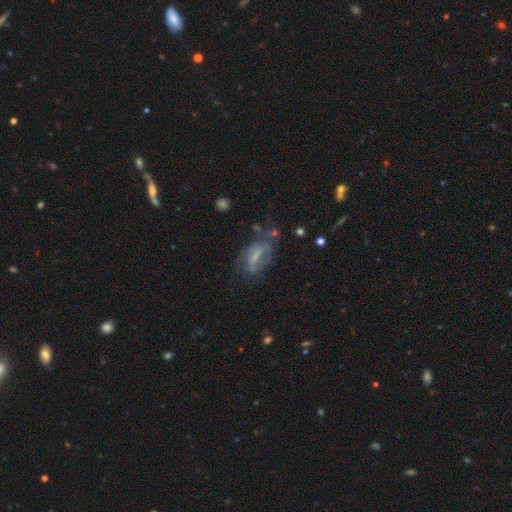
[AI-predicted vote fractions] This appears to be a featured or disk galaxy (48%). Merging: none (43%).